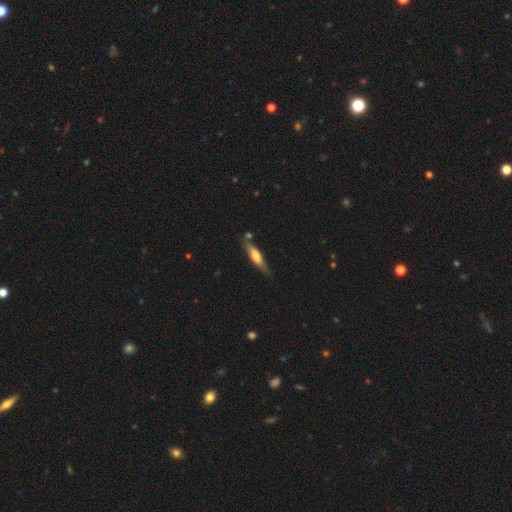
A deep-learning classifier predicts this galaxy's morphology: smooth-or-featured: smooth: 50% | featured or disk: 44% | star or artifact: 6%
  merging: none: 75% | minor disturbance: 16% | merger: 5% | major disturbance: 3%